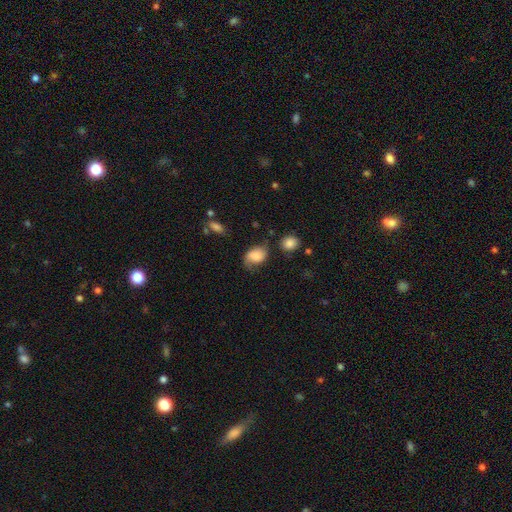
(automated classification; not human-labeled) A smooth galaxy with no disk features (64%) that is in between round and cigar-shaped (71%).

Vote fractions:
- Smooth or featured? smooth: 64% / featured or disk: 27% / star or artifact: 9%
- How rounded? in between: 71% / round: 28% / cigar-shaped: 1%
- Merging? none: 48% / minor disturbance: 31% / major disturbance: 17% / merger: 4%